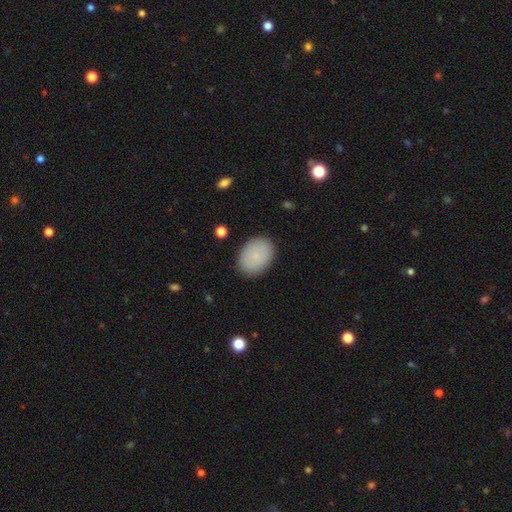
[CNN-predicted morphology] Smooth or featured: smooth — 86% (featured or disk — 7%)
How rounded: in between — 81% (round — 18%)
Merging: none — 88% (minor disturbance — 9%)